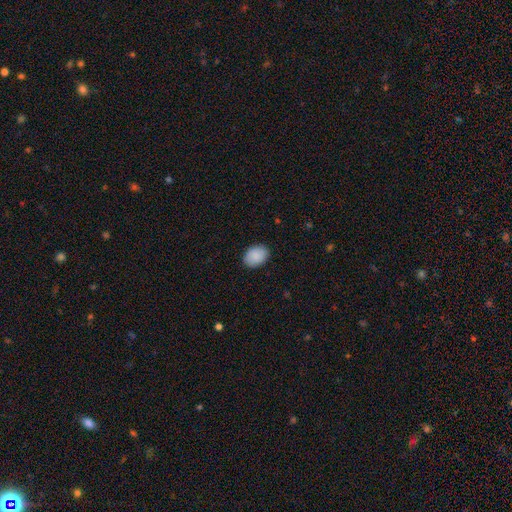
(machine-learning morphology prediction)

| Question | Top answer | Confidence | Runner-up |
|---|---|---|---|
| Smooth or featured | smooth | 90% | star or artifact (7%) |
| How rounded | in between | 75% | round (24%) |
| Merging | none | 87% | minor disturbance (10%) |